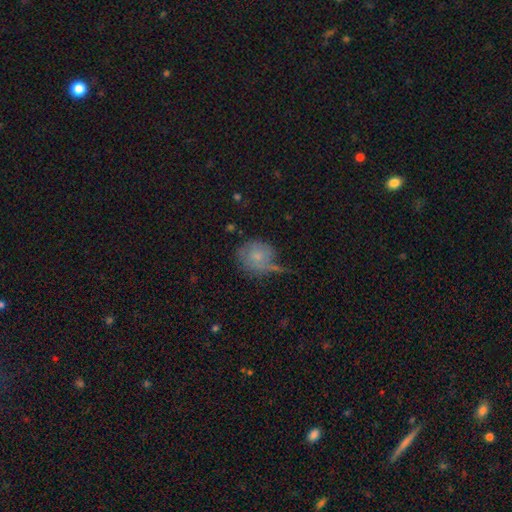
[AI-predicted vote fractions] Overall: smooth (67%). How rounded: round (77%). Merging: none (44%; minor disturbance 29%).